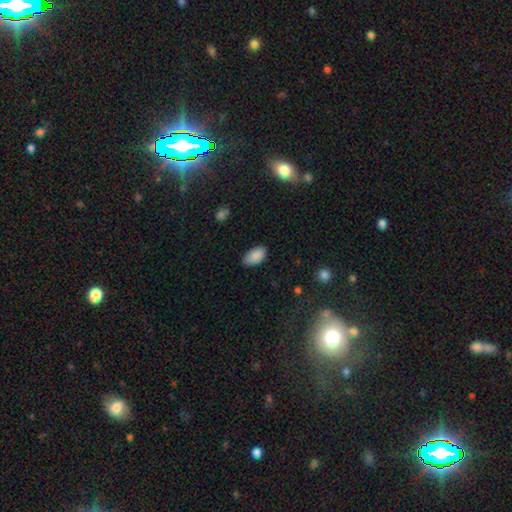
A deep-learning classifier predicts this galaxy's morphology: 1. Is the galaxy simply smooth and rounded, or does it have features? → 89% smooth, 7% star or artifact, 4% featured or disk.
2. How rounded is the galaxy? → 95% in between, 4% round, 2% cigar-shaped.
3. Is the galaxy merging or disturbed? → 81% none, 15% minor disturbance, 3% major disturbance, 1% merger.